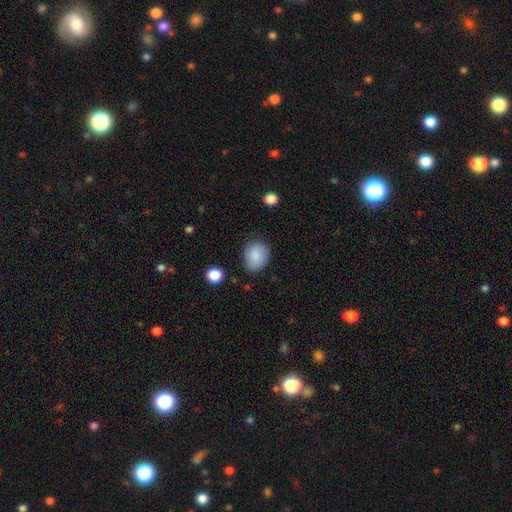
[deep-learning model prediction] smooth-or-featured: smooth: 86% | star or artifact: 8% | featured or disk: 6%
  how-rounded: round: 56% | in between: 43% | cigar-shaped: 1%
  merging: none: 77% | minor disturbance: 17% | major disturbance: 4% | merger: 2%